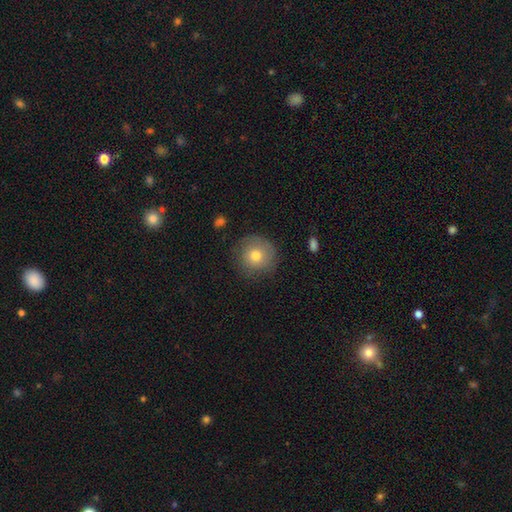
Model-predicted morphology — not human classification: The model was most divided on "smooth or featured": smooth: 71%, featured or disk: 20%, star or artifact: 9%. More confident: how rounded — round (93%); merging — none (78%).